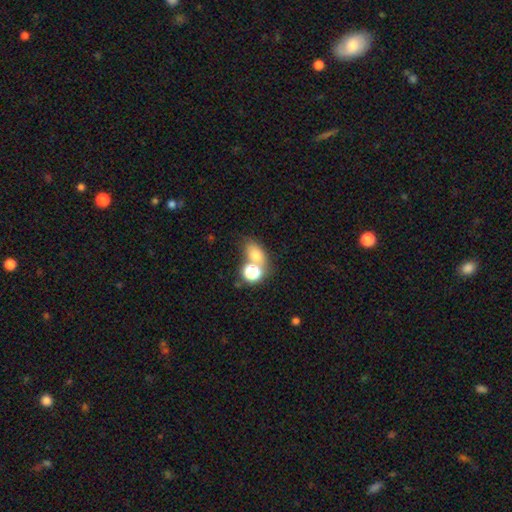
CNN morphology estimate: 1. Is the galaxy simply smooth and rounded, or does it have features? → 70% smooth, 18% star or artifact, 12% featured or disk.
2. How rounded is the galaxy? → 65% in between, 33% round, 2% cigar-shaped.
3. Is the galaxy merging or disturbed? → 48% none, 36% merger, 11% minor disturbance, 6% major disturbance.